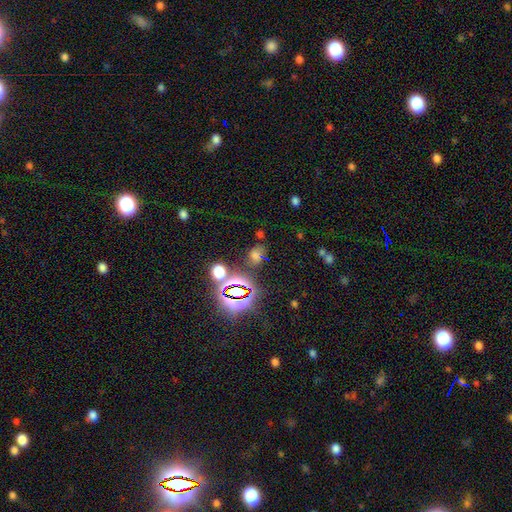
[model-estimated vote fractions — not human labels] smooth 48%, star or artifact 42%, featured or disk 11%. Down the decision tree: merging — none (64%).